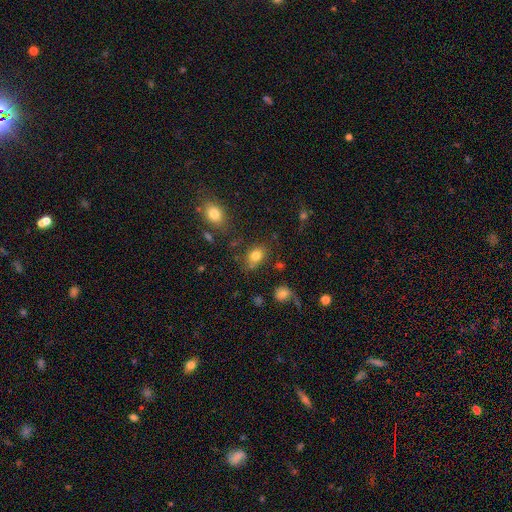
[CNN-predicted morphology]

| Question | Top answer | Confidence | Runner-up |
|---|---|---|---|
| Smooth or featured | smooth | 80% | star or artifact (12%) |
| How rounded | in between | 65% | round (33%) |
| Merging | none | 72% | minor disturbance (16%) |